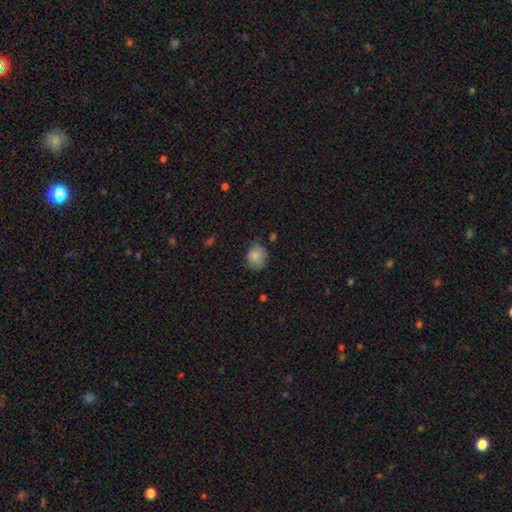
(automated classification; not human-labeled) The model was most divided on "merging": none: 63%, minor disturbance: 28%, major disturbance: 6%, merger: 2%. More confident: smooth or featured — smooth (82%); how rounded — round (73%).